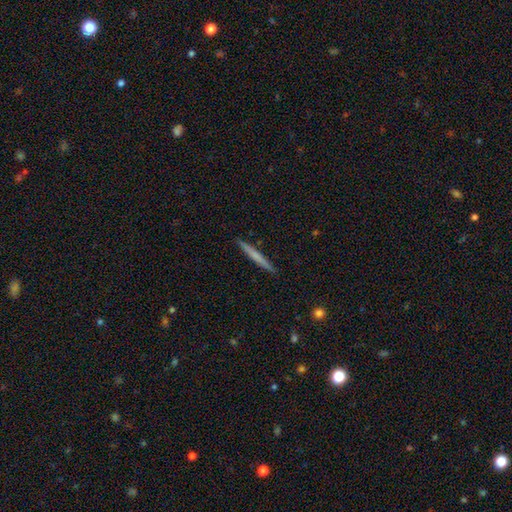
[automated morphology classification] A smooth galaxy with no disk features (58%) that is cigar-shaped (97%).

Vote fractions:
- Smooth or featured? smooth: 58% / featured or disk: 37% / star or artifact: 5%
- How rounded? cigar-shaped: 97% / in between: 2% / round: 1%
- Merging? none: 92% / minor disturbance: 6% / major disturbance: 1% / merger: 1%